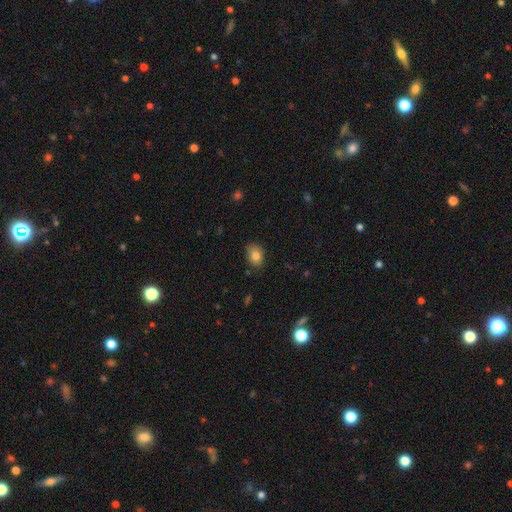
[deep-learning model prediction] Q: Smooth or featured?
A: smooth (83%); runner-up: star or artifact (9%)
Q: How rounded?
A: in between (76%); runner-up: round (23%)
Q: Merging?
A: none (81%); runner-up: minor disturbance (15%)